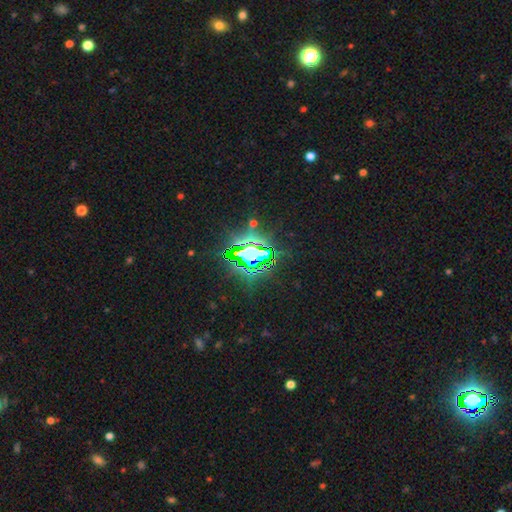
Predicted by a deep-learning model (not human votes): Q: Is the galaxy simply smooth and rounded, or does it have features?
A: star or artifact — 79%.